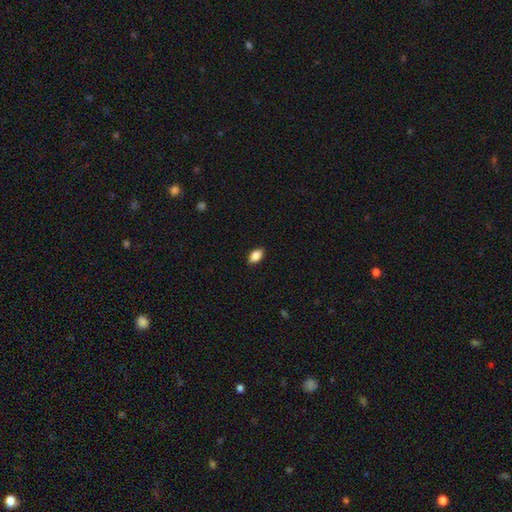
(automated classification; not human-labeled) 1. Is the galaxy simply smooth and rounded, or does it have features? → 84% smooth, 8% featured or disk, 7% star or artifact.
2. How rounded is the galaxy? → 90% in between, 5% round, 4% cigar-shaped.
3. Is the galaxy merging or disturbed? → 88% none, 9% minor disturbance, 2% major disturbance, 1% merger.